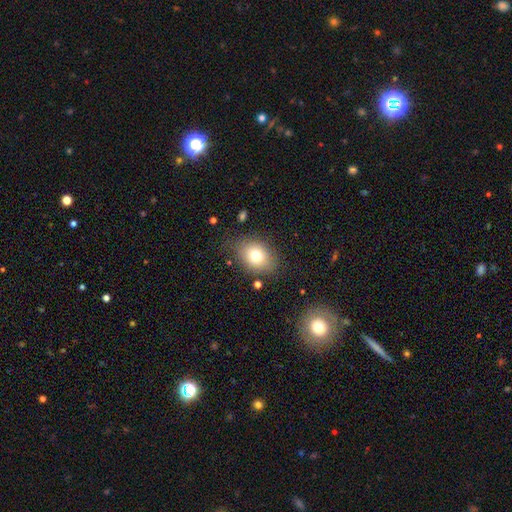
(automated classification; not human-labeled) A smooth galaxy with no disk features (76%) that is in between round and cigar-shaped (60%). Merging: none (78%).